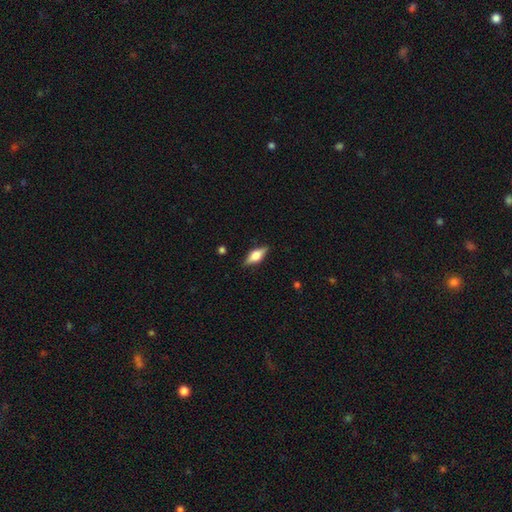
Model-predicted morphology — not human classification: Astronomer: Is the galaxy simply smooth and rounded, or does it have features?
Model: featured or disk — 51% (runner-up: smooth, 41%).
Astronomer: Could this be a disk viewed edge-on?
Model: yes — 93%.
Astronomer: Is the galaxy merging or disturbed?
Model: none — 86%.